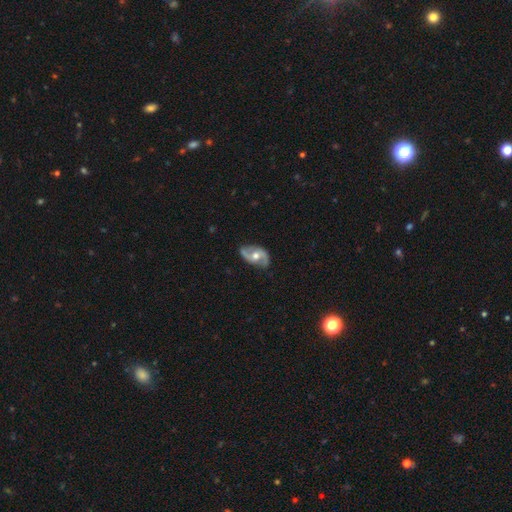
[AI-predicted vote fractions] smooth_or_featured: featured or disk (p=0.82) [alt: smooth p=0.13]
disk_edge_on: no (p=0.96) [alt: yes p=0.04]
bar: no (p=0.58) [alt: weak p=0.33]
has_spiral_arms: yes (p=0.91) [alt: no p=0.09]
spiral_winding: medium (p=0.44) [alt: loose p=0.40]
spiral_arm_count: 2 (p=0.91) [alt: can't tell p=0.04]
bulge_size: moderate (p=0.76) [alt: large p=0.11]
merging: none (p=0.77) [alt: minor disturbance p=0.17]